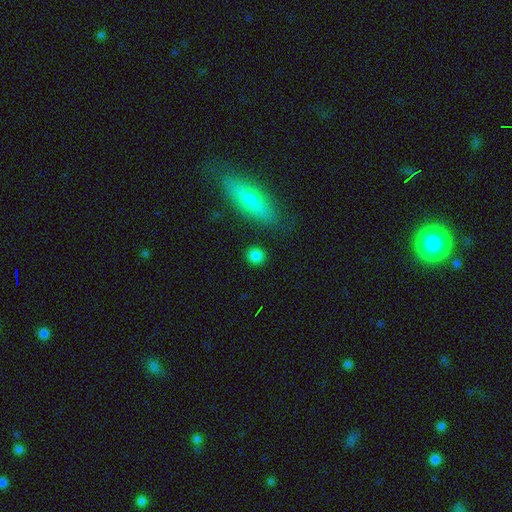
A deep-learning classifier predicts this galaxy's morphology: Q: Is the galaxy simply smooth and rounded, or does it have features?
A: smooth — 85%.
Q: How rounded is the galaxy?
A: round — 87%.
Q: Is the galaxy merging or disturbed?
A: none — 88%.